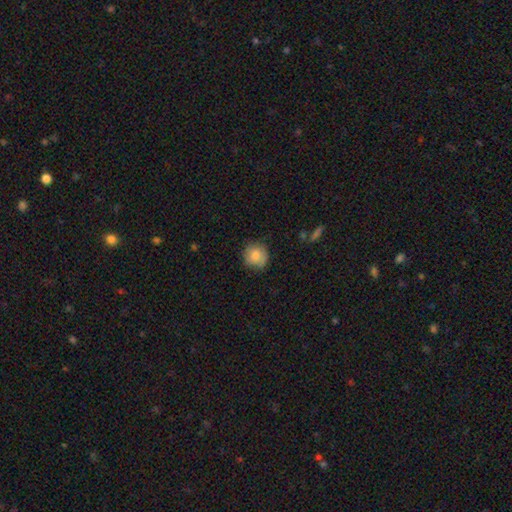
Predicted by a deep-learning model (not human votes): smooth 80%, featured or disk 12%, star or artifact 8%. Down the decision tree: how rounded — round (87%); merging — none (75%).